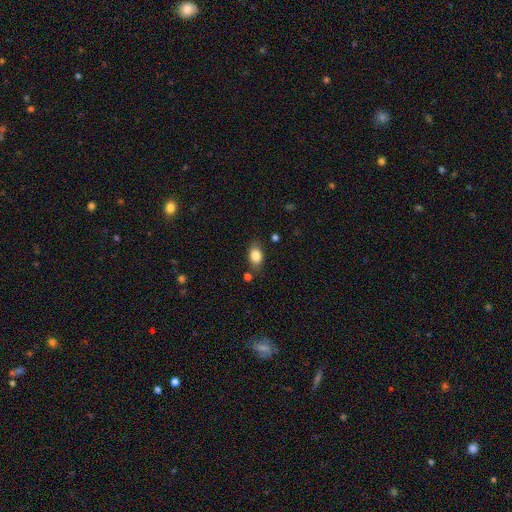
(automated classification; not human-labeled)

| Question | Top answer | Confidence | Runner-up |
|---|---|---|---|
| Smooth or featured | smooth | 84% | star or artifact (8%) |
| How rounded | in between | 82% | round (16%) |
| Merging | none | 75% | minor disturbance (16%) |